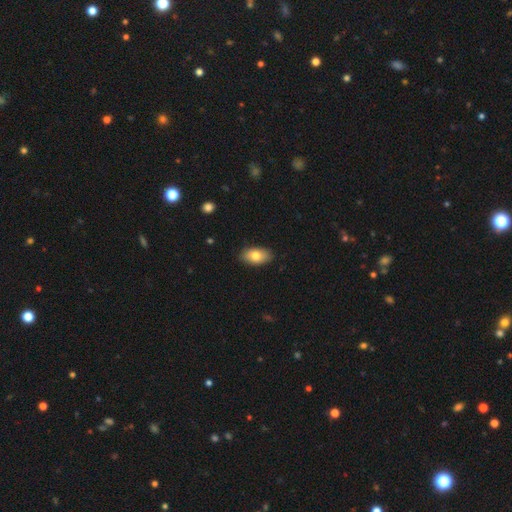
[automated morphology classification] Smooth or featured: smooth — 78% (featured or disk — 15%)
How rounded: in between — 92% (round — 5%)
Merging: none — 86% (minor disturbance — 11%)